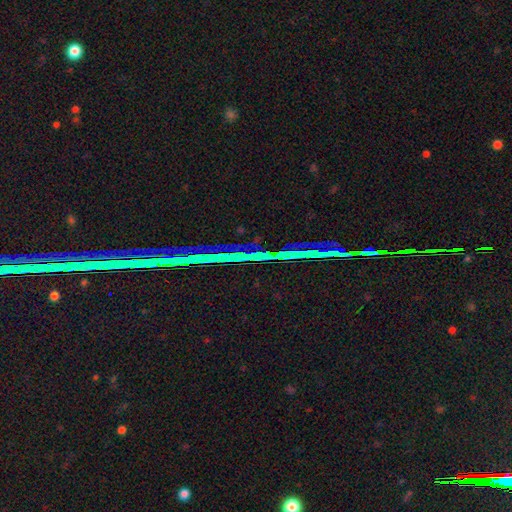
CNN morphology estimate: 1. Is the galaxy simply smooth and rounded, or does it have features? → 83% star or artifact, 10% featured or disk, 6% smooth.